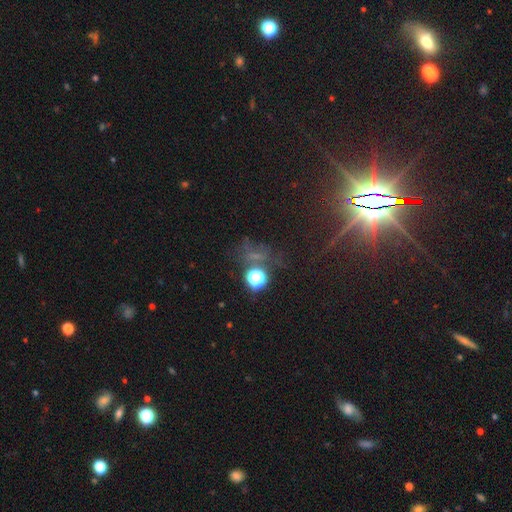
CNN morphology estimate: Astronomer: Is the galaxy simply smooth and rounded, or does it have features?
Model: star or artifact — 64%.